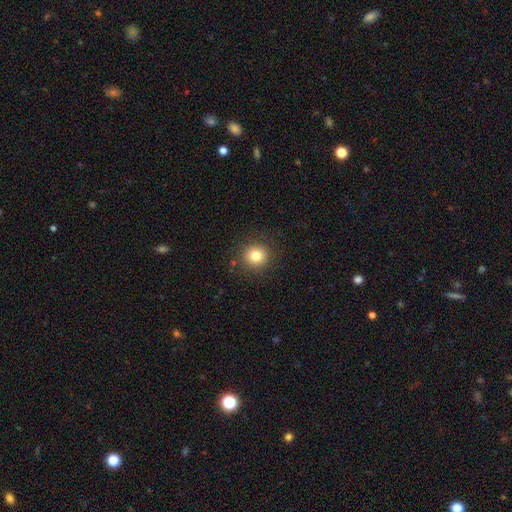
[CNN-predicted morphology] smooth-or-featured: smooth: 81% | star or artifact: 12% | featured or disk: 7%
  how-rounded: round: 91% | in between: 8% | cigar-shaped: 1%
  merging: none: 88% | minor disturbance: 7% | major disturbance: 3% | merger: 1%